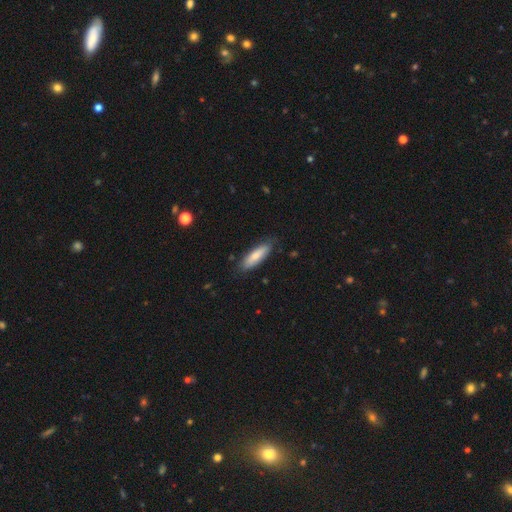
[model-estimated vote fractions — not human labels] This appears to be a smooth galaxy with no disk features (76%) that is cigar-shaped (54%). Merging: none (82%).